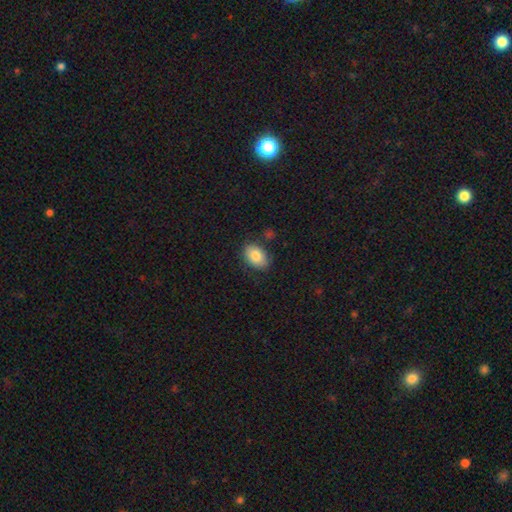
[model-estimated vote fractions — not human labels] Smooth or featured? Predicted: smooth (p=0.82). How rounded? Predicted: in between (p=0.86). Merging? Predicted: none (p=0.79).